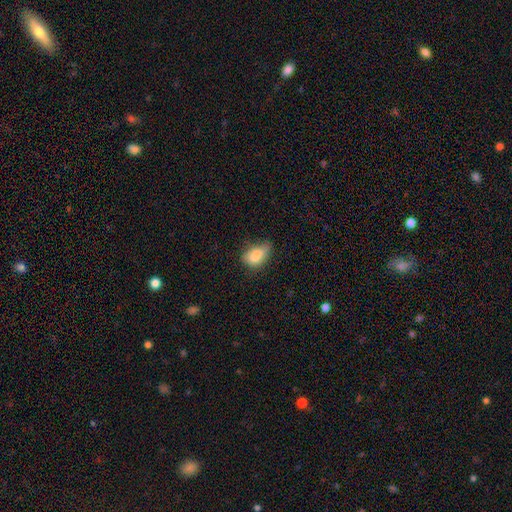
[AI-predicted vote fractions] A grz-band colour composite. It shows a smooth galaxy with no disk features (82%) that is in between round and cigar-shaped (87%). Merging: minor disturbance (44%).